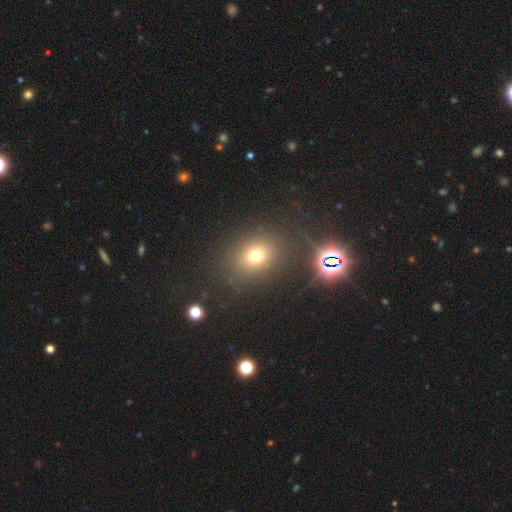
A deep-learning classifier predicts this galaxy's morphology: smooth_or_featured: smooth (p=0.68) [alt: star or artifact p=0.22]
how_rounded: round (p=0.60) [alt: in between p=0.39]
merging: none (p=0.82) [alt: minor disturbance p=0.09]